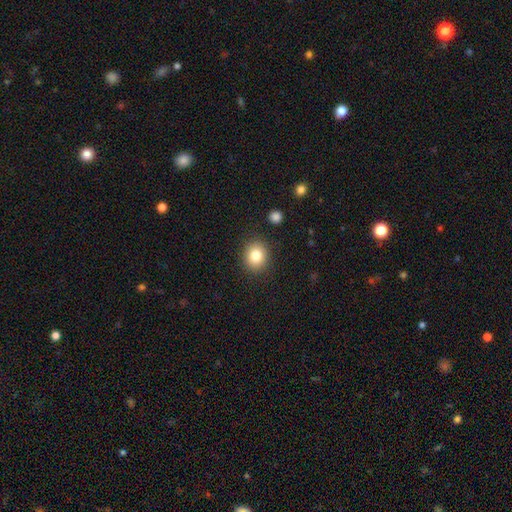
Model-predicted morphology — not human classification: The model was most divided on "how rounded": round: 73%, in between: 27%, cigar-shaped: 1%. More confident: merging — none (88%); smooth or featured — smooth (83%).